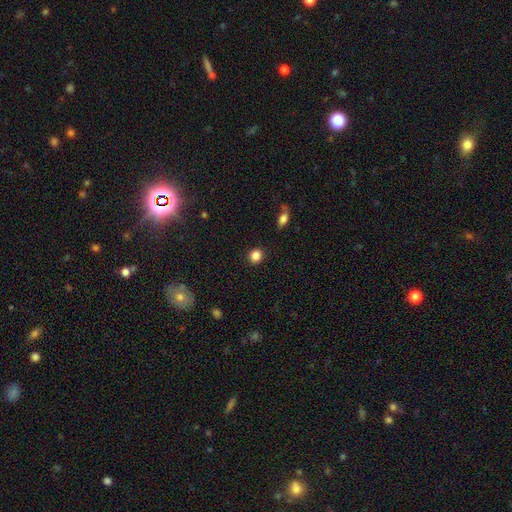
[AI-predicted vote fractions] A smooth galaxy with no disk features (86%) that is round (81%). Merging: none (91%).